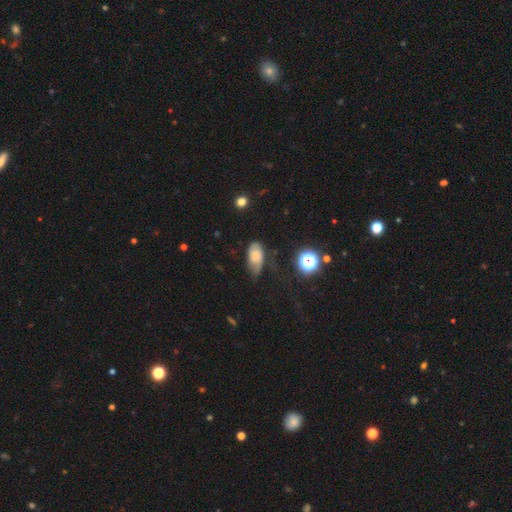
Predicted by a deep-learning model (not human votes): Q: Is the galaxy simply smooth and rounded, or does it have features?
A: smooth — 66%.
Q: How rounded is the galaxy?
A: in between — 90%.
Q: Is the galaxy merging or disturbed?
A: minor disturbance — 43%.